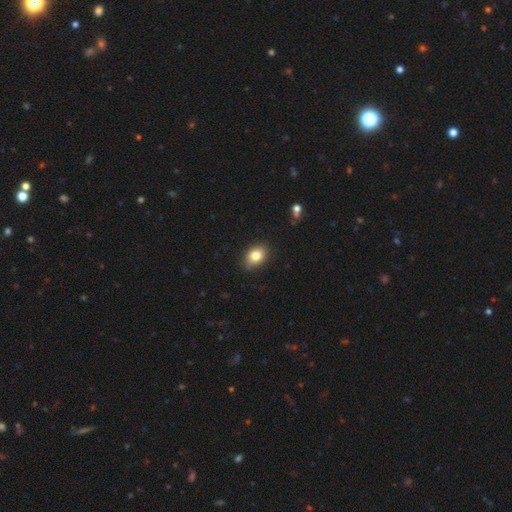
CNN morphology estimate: smooth 81%, featured or disk 9%, star or artifact 9%. Down the decision tree: how rounded — in between (70%); merging — none (84%).